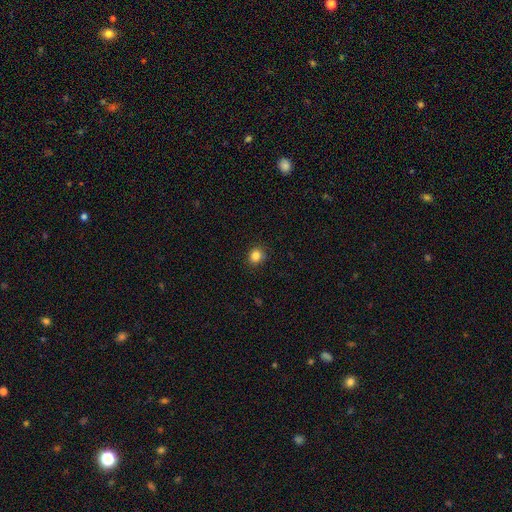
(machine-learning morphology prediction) Smooth or featured?
  - smooth: 84% *
  - star or artifact: 12%
  - featured or disk: 4%
How rounded?
  - round: 85% *
  - in between: 14%
  - cigar-shaped: 1%
Merging?
  - none: 89% *
  - minor disturbance: 8%
  - major disturbance: 2%
  - merger: 1%